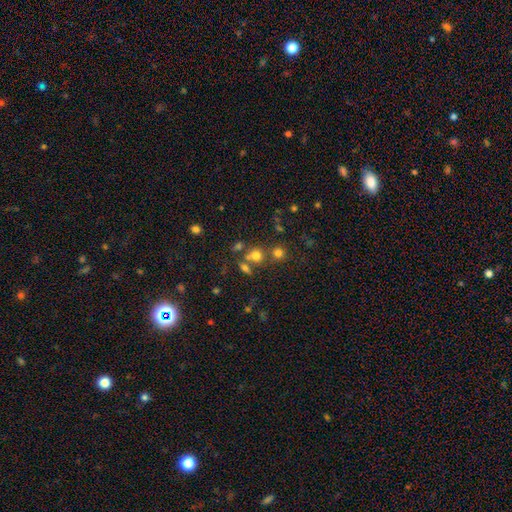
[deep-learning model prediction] This is likely a smooth galaxy (68%). How rounded: likely round (77%). Merging: possibly none (57%).